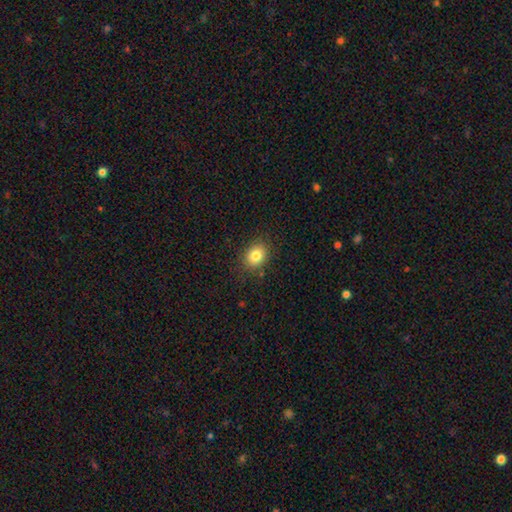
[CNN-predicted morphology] smooth_or_featured: smooth (p=0.82) [alt: star or artifact p=0.10]
how_rounded: round (p=0.52) [alt: in between p=0.48]
merging: none (p=0.86) [alt: minor disturbance p=0.10]